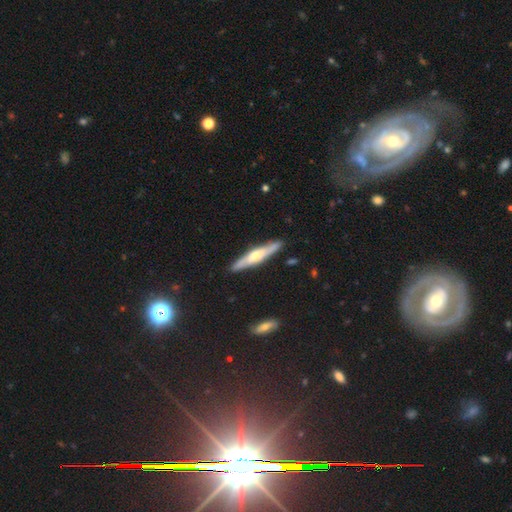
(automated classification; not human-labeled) The model was most divided on "smooth or featured": featured or disk: 59%, smooth: 36%, star or artifact: 6%. More confident: edge-on disk — yes (91%); merging — none (88%); edge-on bulge — rounded (83%).